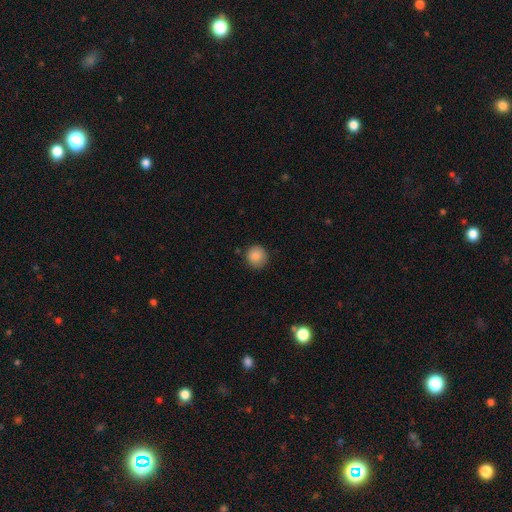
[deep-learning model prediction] A smooth galaxy with no disk features (87%) that is round (93%).

Vote fractions:
- Smooth or featured? smooth: 87% / star or artifact: 9% / featured or disk: 4%
- How rounded? round: 93% / in between: 6% / cigar-shaped: 1%
- Merging? none: 85% / minor disturbance: 11% / major disturbance: 2% / merger: 1%